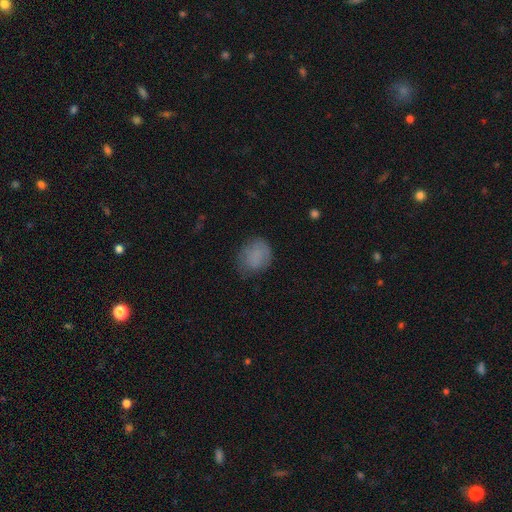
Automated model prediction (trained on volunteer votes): Morphology: type=smooth (81%); roundness=round (53%); merging=none (62%).